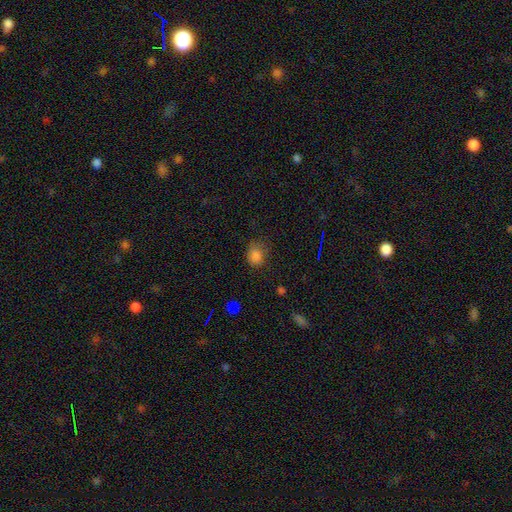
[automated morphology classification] Overall: smooth (81%). How rounded: round (54%; in between 45%). Merging: none (59%; minor disturbance 28%).